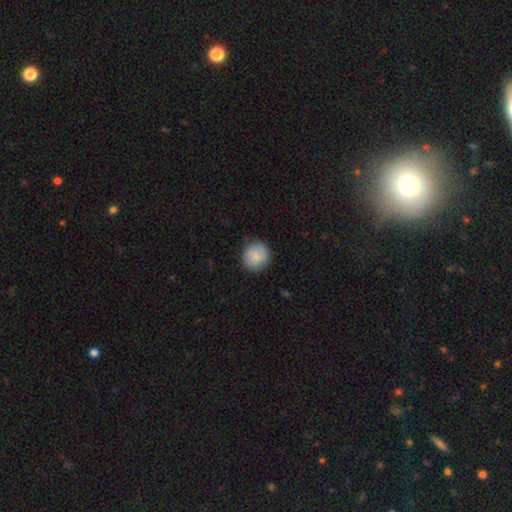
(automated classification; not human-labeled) Overall: smooth (83%). How rounded: round (91%). Merging: none (86%).